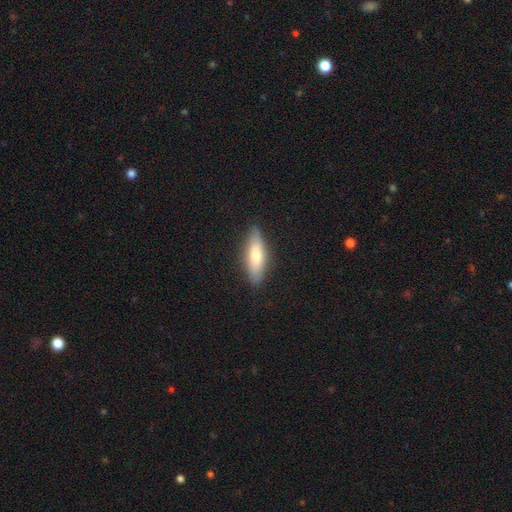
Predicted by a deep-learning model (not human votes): A smooth galaxy with no disk features (61%) that is cigar-shaped (54%). Merging: none (87%).